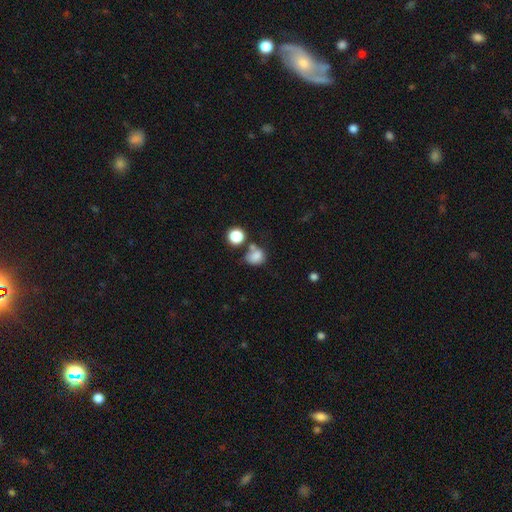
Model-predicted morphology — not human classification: Q: Smooth or featured?
A: smooth (81%); runner-up: star or artifact (12%)
Q: How rounded?
A: round (68%); runner-up: in between (31%)
Q: Merging?
A: none (51%); runner-up: merger (24%)